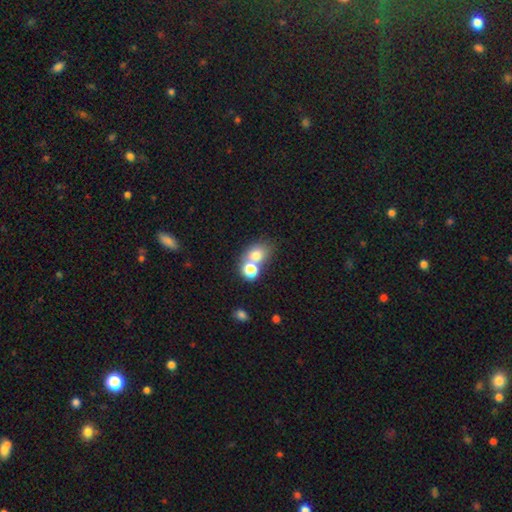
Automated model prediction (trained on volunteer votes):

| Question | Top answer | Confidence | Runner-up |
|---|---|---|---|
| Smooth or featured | smooth | 73% | star or artifact (14%) |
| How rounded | round | 53% | in between (46%) |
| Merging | merger | 47% | none (40%) |